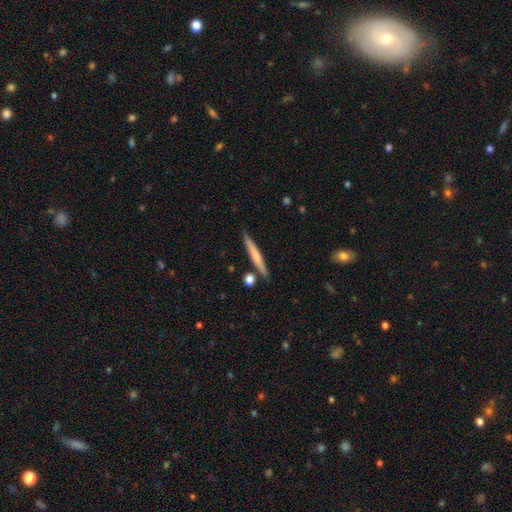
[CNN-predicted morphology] Smooth or featured? smooth (58%)
How rounded? cigar-shaped (95%)
Merging? none (85%)